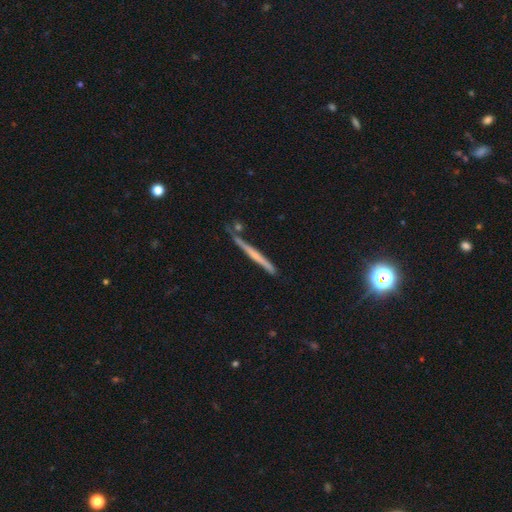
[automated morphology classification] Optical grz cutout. It shows a featured or disk galaxy (60%) viewed edge-on (97%) with no central bulge (57%). Merging: none (80%).